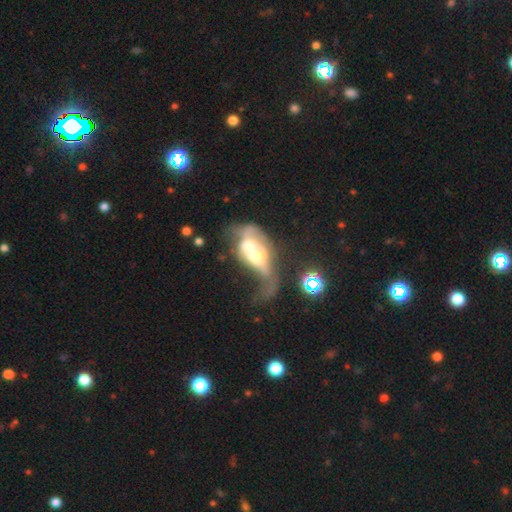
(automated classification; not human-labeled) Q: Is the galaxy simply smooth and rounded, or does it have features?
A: featured or disk — 57%.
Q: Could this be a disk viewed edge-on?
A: no — 92%.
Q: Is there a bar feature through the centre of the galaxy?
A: no — 76%.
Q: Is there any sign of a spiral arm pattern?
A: no — 69%.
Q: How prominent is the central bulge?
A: moderate — 49%.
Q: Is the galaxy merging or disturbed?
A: merger — 54%.